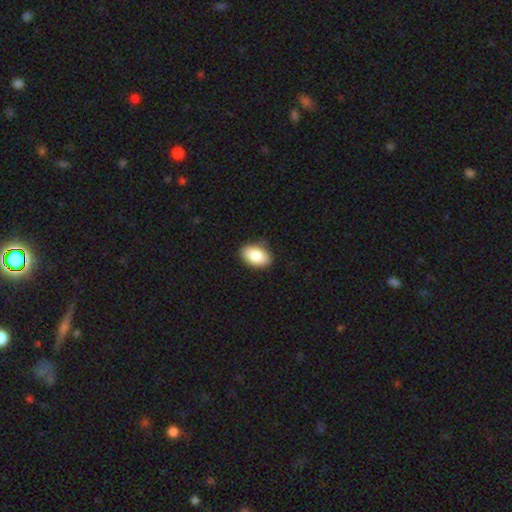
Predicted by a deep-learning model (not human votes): A smooth galaxy with no disk features (86%) that is in between round and cigar-shaped (91%).

Vote fractions:
- Smooth or featured? smooth: 86% / star or artifact: 7% / featured or disk: 7%
- How rounded? in between: 91% / round: 7% / cigar-shaped: 1%
- Merging? none: 85% / minor disturbance: 12% / major disturbance: 2% / merger: 1%